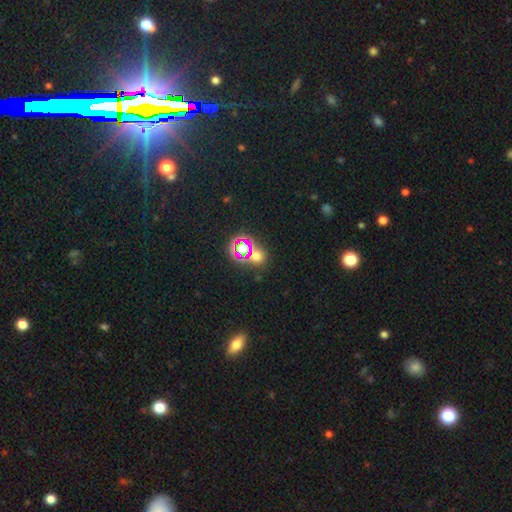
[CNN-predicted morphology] A star or artifact, not a galaxy (49%).

Vote fractions:
- Smooth or featured? star or artifact: 49% / smooth: 43% / featured or disk: 9%